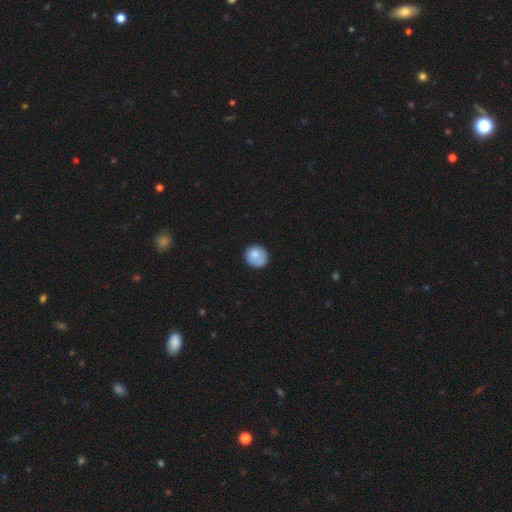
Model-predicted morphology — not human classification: The model was most divided on "merging": none: 76%, minor disturbance: 18%, major disturbance: 5%, merger: 2%. More confident: how rounded — round (89%); smooth or featured — smooth (77%).